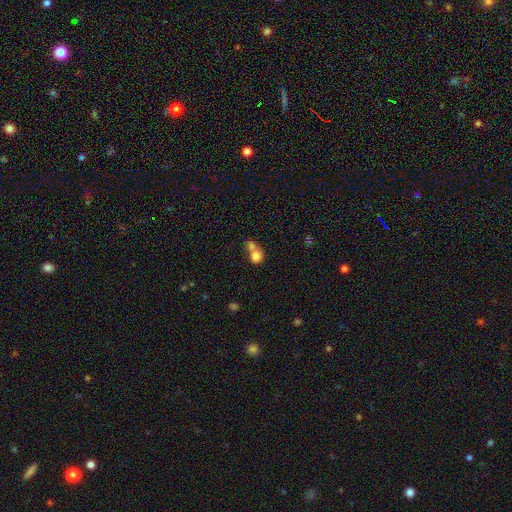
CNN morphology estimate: smooth 78%, featured or disk 13%, star or artifact 10%. Down the decision tree: how rounded — round (76%); merging — merger (63%).